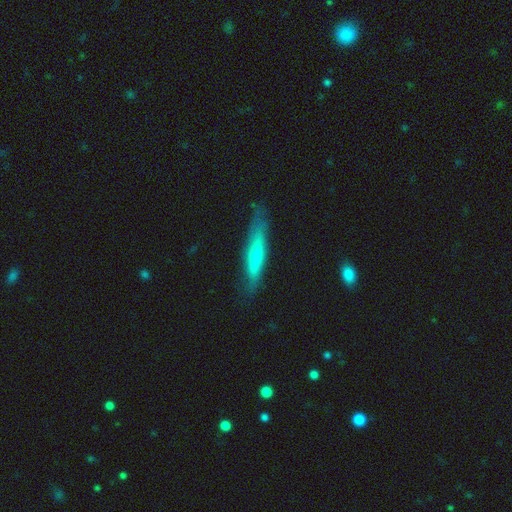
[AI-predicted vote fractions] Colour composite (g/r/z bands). It shows a featured or disk galaxy (54%) viewed edge-on (85%). Merging: none (79%).